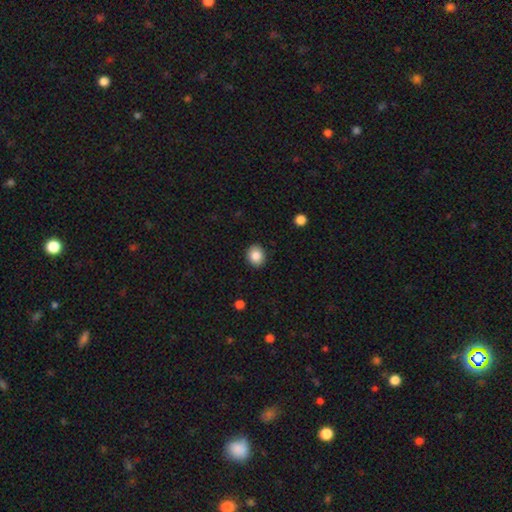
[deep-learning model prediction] smooth 85%, star or artifact 9%, featured or disk 6%. Down the decision tree: how rounded — round (67%); merging — none (90%).